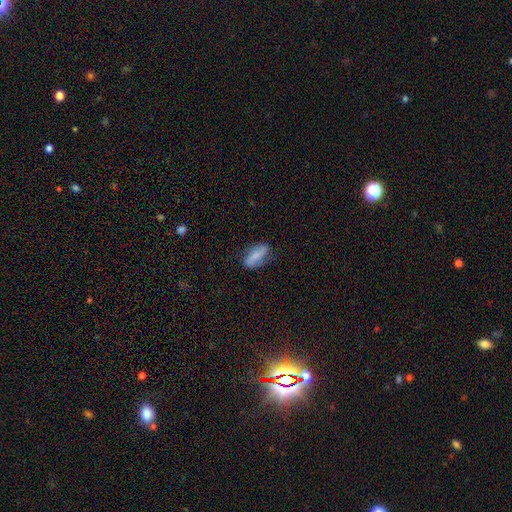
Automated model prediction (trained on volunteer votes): smooth_or_featured: smooth (p=0.67) [alt: featured or disk p=0.26]
how_rounded: in between (p=0.79) [alt: cigar-shaped p=0.17]
merging: none (p=0.69) [alt: minor disturbance p=0.22]